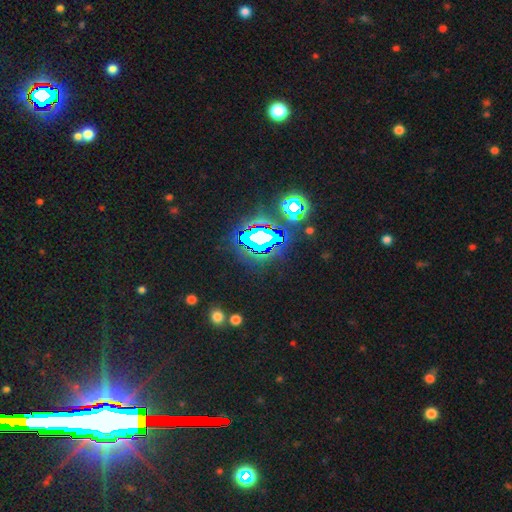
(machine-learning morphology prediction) Smooth or featured: star or artifact — 83% (smooth — 9%)